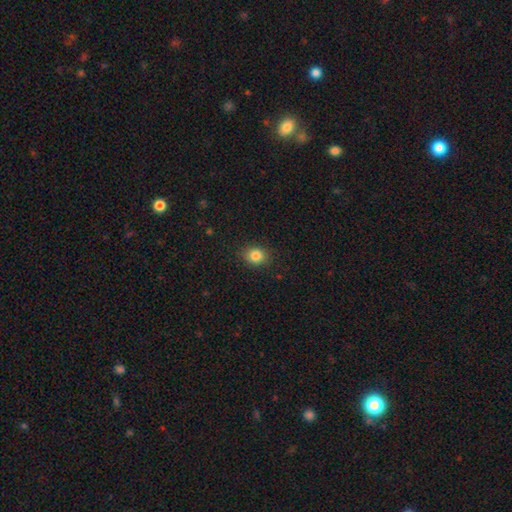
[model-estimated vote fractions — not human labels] This appears to be a smooth galaxy with no disk features (83%) that is round (63%). Merging: none (88%).